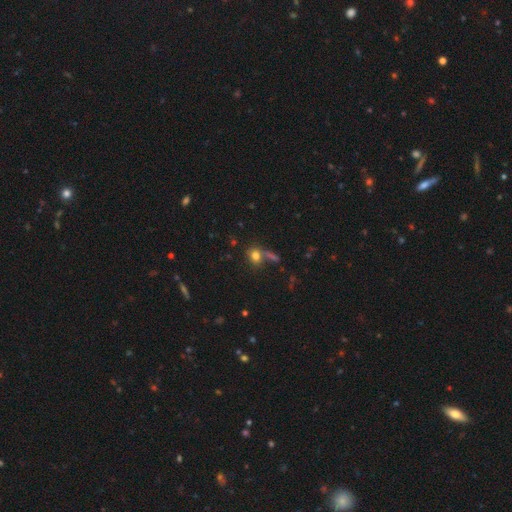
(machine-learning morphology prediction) The model was most divided on "how rounded": round: 59%, in between: 38%, cigar-shaped: 3%. More confident: smooth or featured — smooth (76%); merging — none (57%).